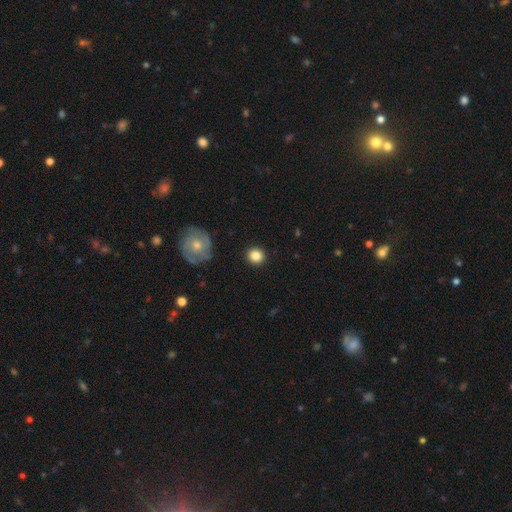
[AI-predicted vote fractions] The model was most divided on "smooth or featured": smooth: 85%, star or artifact: 9%, featured or disk: 6%. More confident: how rounded — round (90%); merging — none (90%).